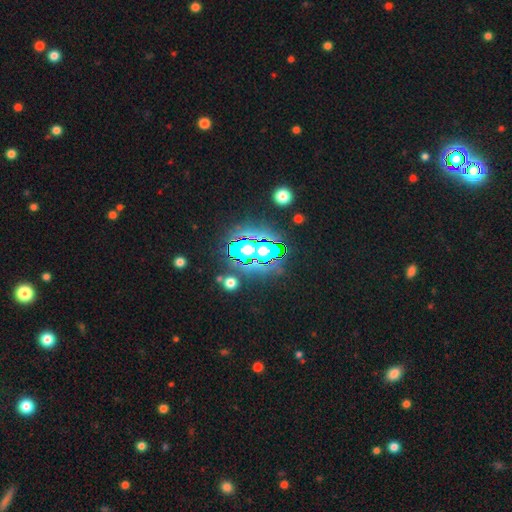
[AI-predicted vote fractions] star or artifact 79%, smooth 11%, featured or disk 10%.